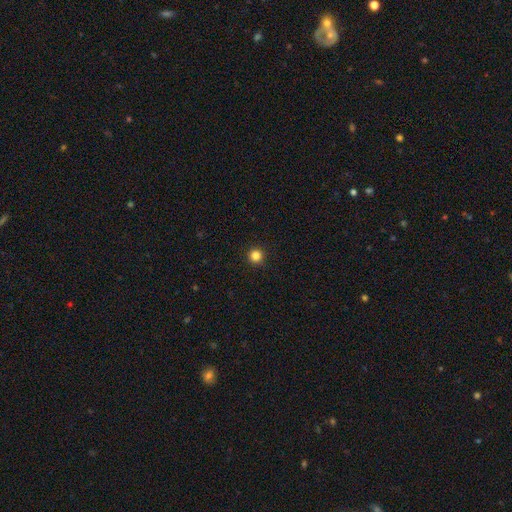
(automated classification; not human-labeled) Smooth or featured?
  - smooth: 84% *
  - star or artifact: 13%
  - featured or disk: 4%
How rounded?
  - round: 96% *
  - in between: 3%
  - cigar-shaped: 1%
Merging?
  - none: 93% *
  - minor disturbance: 4%
  - major disturbance: 2%
  - merger: 1%